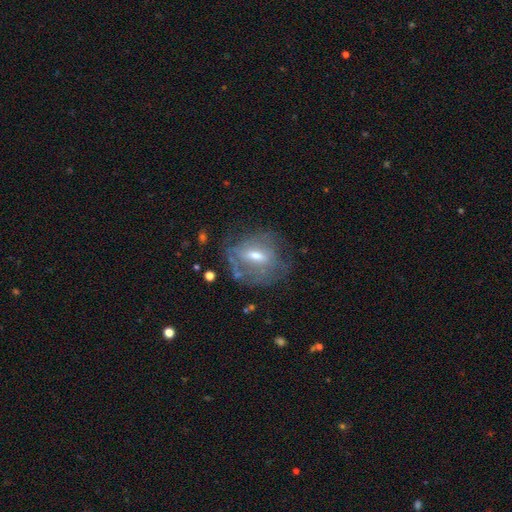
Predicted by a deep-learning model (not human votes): Smooth or featured?
  - featured or disk: 62% *
  - smooth: 29%
  - star or artifact: 9%
Edge-on disk?
  - no: 89% *
  - yes: 11%
Bar?
  - weak: 48% *
  - strong: 26%
  - no: 26%
Spiral arms?
  - no: 51% *
  - yes: 49%
Bulge size?
  - moderate: 58% *
  - small: 33%
  - large: 5%
  - none: 2%
  - dominant: 1%
Merging?
  - none: 58% *
  - minor disturbance: 23%
  - major disturbance: 16%
  - merger: 3%